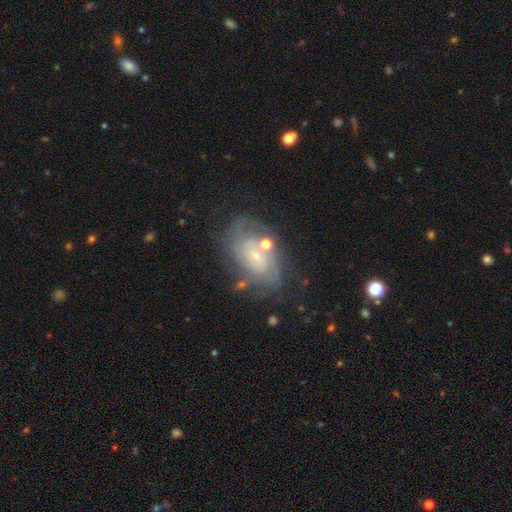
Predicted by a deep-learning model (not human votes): This appears to be a featured or disk galaxy (78%) with no bar (61%), tight (62%) spiral arms (91%) and a small central bulge (74%). Merging: none (66%).